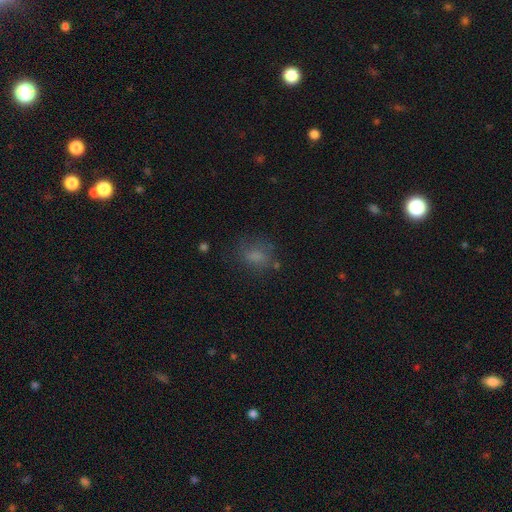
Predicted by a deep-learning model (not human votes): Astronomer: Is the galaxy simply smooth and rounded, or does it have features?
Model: smooth — 72%.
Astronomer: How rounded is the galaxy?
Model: in between — 56% (runner-up: round, 42%).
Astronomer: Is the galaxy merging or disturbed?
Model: none — 64%.